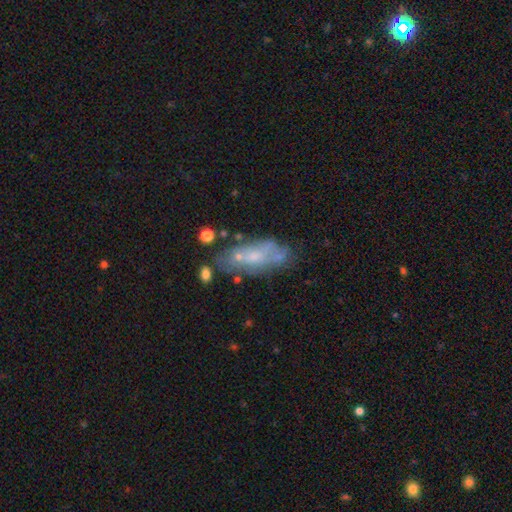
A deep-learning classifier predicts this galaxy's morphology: This appears to be a featured or disk galaxy (50%). Merging: none (52%).